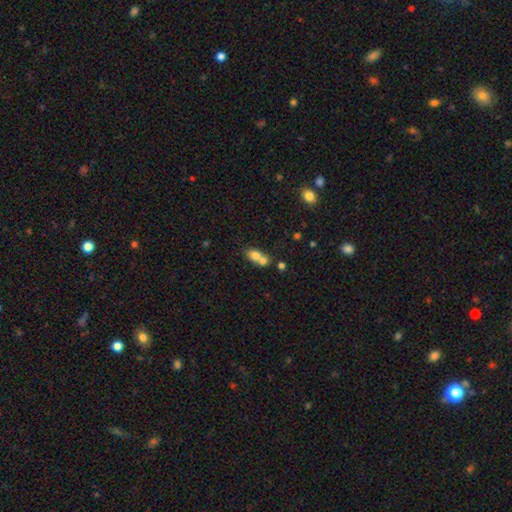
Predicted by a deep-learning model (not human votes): Overall: smooth (73%). How rounded: in between (67%; round 29%). Merging: merger (62%; none 27%).